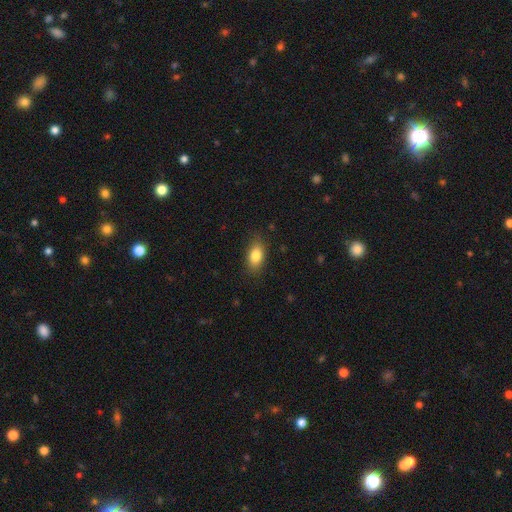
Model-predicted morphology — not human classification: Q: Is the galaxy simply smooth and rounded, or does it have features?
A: smooth — 83%.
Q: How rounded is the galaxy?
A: in between — 87%.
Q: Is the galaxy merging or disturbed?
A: none — 85%.